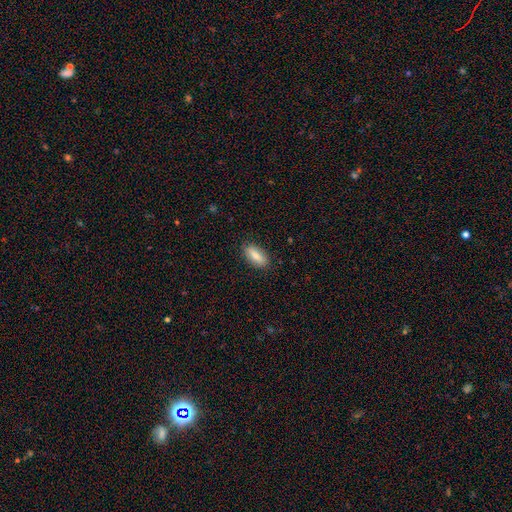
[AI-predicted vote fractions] Smooth or featured?
  - smooth: 79% *
  - featured or disk: 15%
  - star or artifact: 6%
How rounded?
  - in between: 80% *
  - cigar-shaped: 18%
  - round: 3%
Merging?
  - none: 87% *
  - minor disturbance: 10%
  - major disturbance: 2%
  - merger: 1%